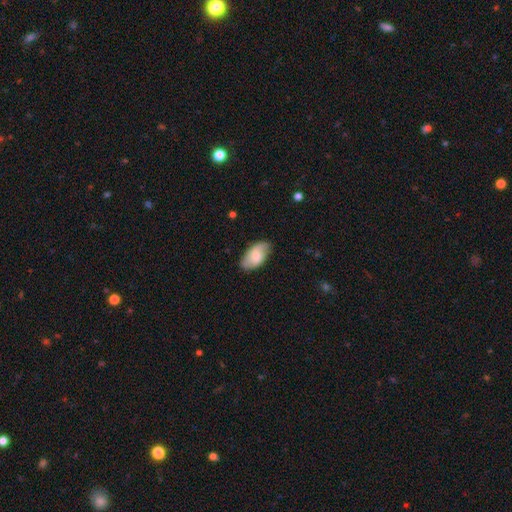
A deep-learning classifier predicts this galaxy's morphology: A smooth galaxy with no disk features (68%) that is in between round and cigar-shaped (94%).

Vote fractions:
- Smooth or featured? smooth: 68% / featured or disk: 26% / star or artifact: 6%
- How rounded? in between: 94% / round: 3% / cigar-shaped: 2%
- Merging? none: 78% / minor disturbance: 17% / major disturbance: 3% / merger: 1%